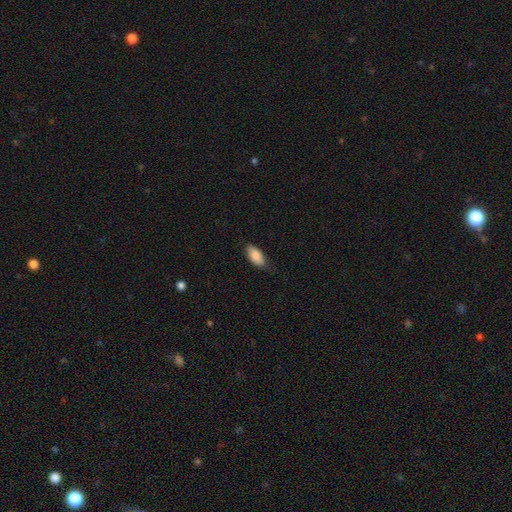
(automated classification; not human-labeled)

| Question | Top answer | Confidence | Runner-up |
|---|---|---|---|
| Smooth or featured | smooth | 87% | featured or disk (7%) |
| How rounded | in between | 91% | cigar-shaped (7%) |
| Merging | none | 73% | minor disturbance (22%) |